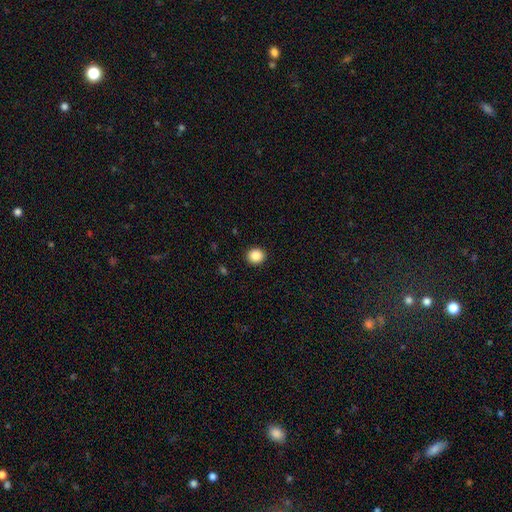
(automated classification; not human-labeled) Smooth or featured: smooth — 88% (star or artifact — 9%)
How rounded: round — 86% (in between — 13%)
Merging: none — 92% (minor disturbance — 5%)